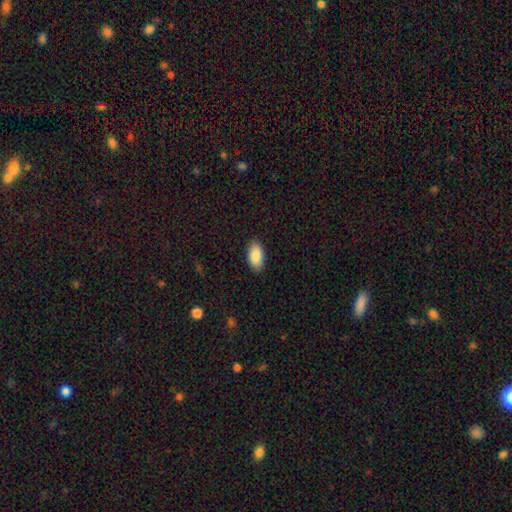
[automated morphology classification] type=smooth (89%); roundness=in between (95%); merging=none (89%).